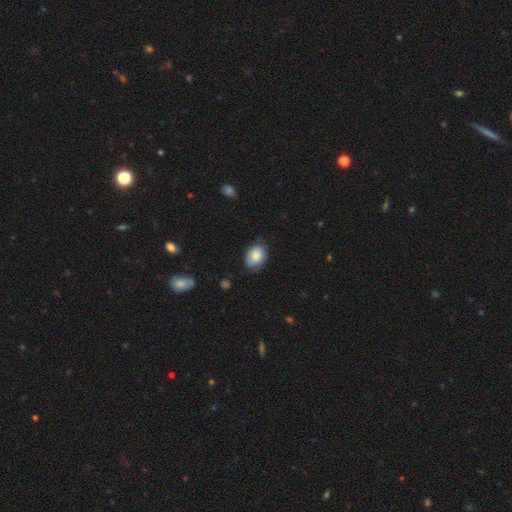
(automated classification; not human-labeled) Q: Smooth or featured?
A: smooth (82%); runner-up: featured or disk (11%)
Q: How rounded?
A: in between (71%); runner-up: round (28%)
Q: Merging?
A: none (72%); runner-up: minor disturbance (23%)